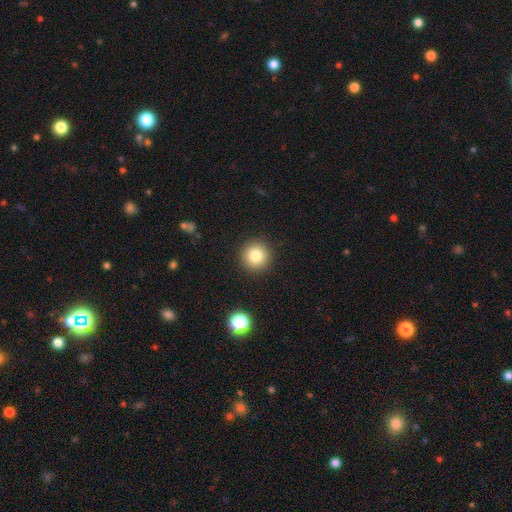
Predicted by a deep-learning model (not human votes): A smooth galaxy with no disk features (81%) that is round (95%). Merging: none (91%).